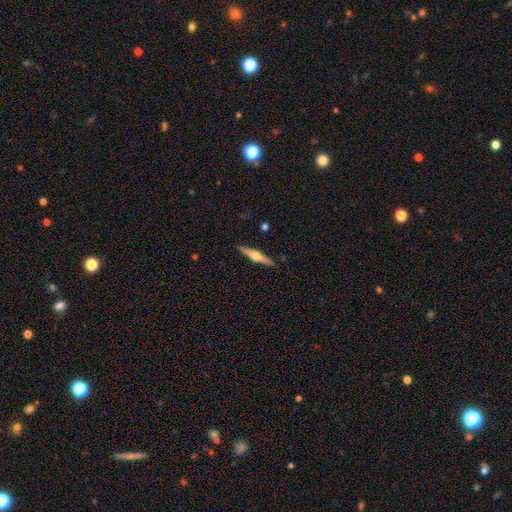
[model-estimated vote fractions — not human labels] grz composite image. It shows a featured or disk galaxy (76%) viewed edge-on (98%) with a rounded central bulge (92%). Merging: none (91%).